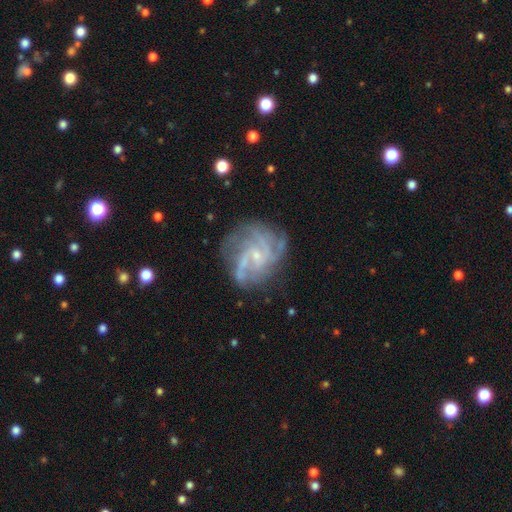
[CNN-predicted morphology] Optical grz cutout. It shows a featured or disk galaxy (83%) with no bar (50%), medium (44%) spiral arms (93%) and a small central bulge (76%). Merging: none (66%).